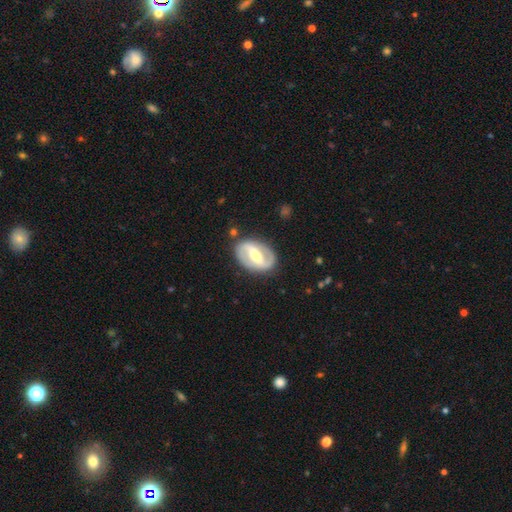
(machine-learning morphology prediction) featured or disk 83%, smooth 13%, star or artifact 4%. Down the decision tree: edge-on disk — no (96%); bar — strong (66%); spiral arms — yes (82%); spiral arm count — 2 (90%); spiral winding — medium (45%); bulge size — moderate (60%); merging — none (84%).